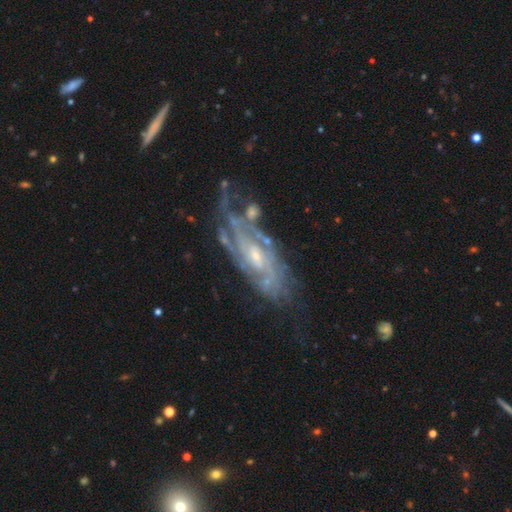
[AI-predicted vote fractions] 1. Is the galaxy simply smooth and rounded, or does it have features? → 86% featured or disk, 7% smooth, 7% star or artifact.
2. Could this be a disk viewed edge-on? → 90% no, 10% yes.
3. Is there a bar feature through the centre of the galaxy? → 46% no, 43% weak, 11% strong.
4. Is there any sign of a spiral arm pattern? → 93% yes, 7% no.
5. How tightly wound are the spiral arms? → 56% tight, 35% medium, 10% loose.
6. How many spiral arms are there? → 41% can't tell, 25% 2, 15% 3, 8% 4, 5% 1, 5% more than 4.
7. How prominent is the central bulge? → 51% small, 41% moderate, 4% none, 2% large, 1% dominant.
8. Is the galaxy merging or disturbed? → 53% none, 24% minor disturbance, 16% major disturbance, 7% merger.